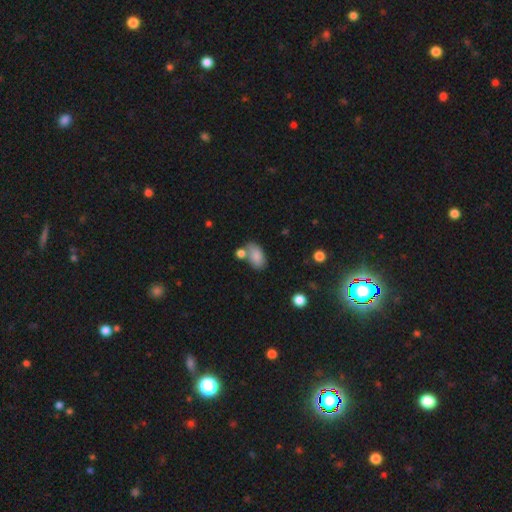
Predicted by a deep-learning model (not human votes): This appears to be a smooth galaxy with no disk features (83%) that is in between round and cigar-shaped (91%). Merging: none (55%).